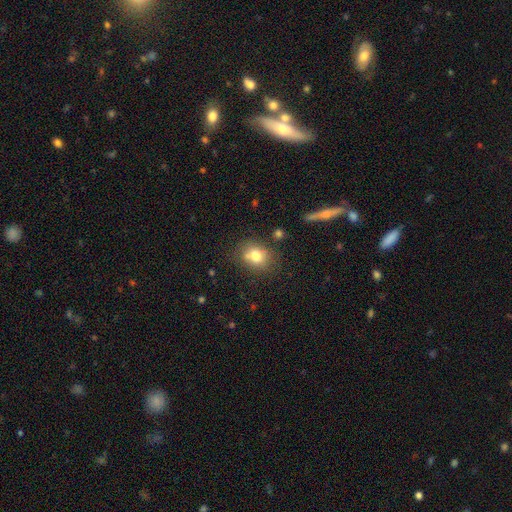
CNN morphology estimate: Q: Smooth or featured?
A: smooth (76%); runner-up: featured or disk (13%)
Q: How rounded?
A: round (55%); runner-up: in between (44%)
Q: Merging?
A: none (66%); runner-up: minor disturbance (16%)